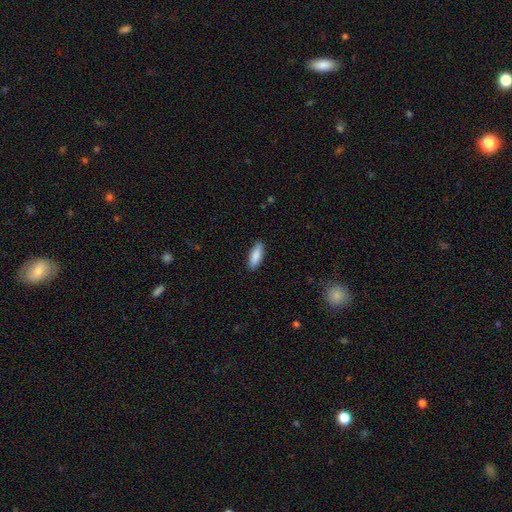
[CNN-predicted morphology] type=smooth (87%); roundness=in between (61%); merging=none (88%).